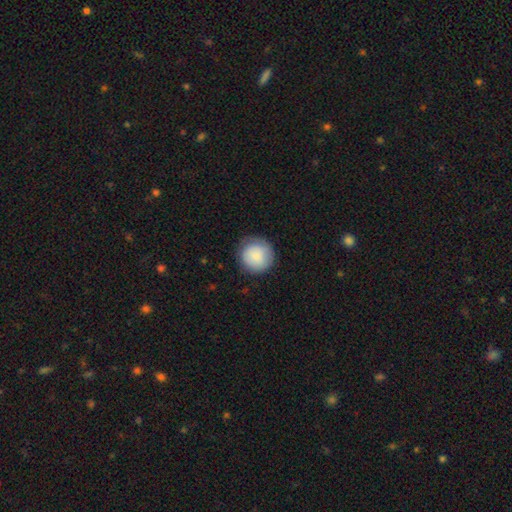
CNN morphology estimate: smooth 86%, featured or disk 7%, star or artifact 6%. Down the decision tree: how rounded — round (95%); merging — none (83%).